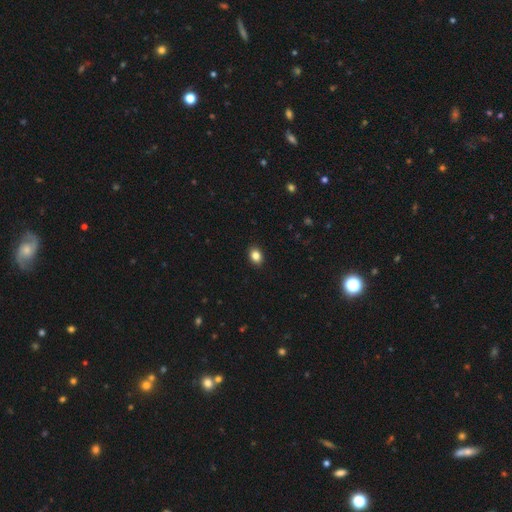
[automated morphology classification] Smooth or featured? Predicted: smooth (p=0.85). How rounded? Predicted: in between (p=0.66). Merging? Predicted: none (p=0.91).